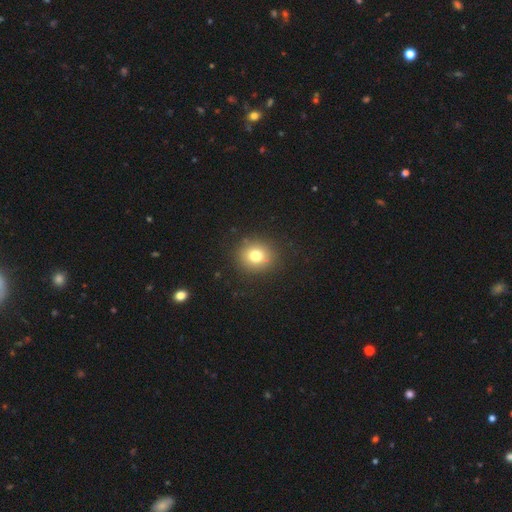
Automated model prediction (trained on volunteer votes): smooth 77%, star or artifact 13%, featured or disk 10%. Down the decision tree: how rounded — round (84%); merging — none (89%).